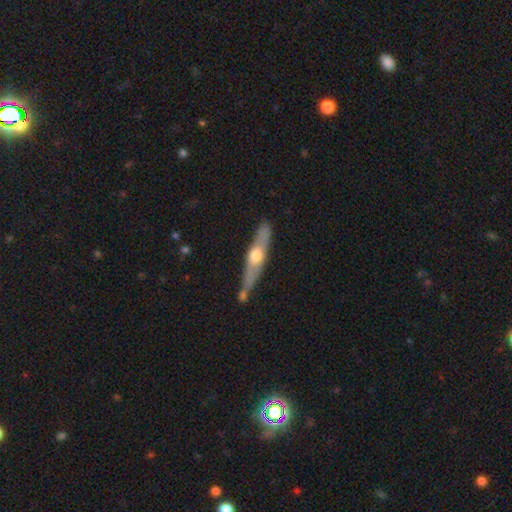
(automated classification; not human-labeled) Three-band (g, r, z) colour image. It shows a featured or disk galaxy (63%) viewed edge-on (90%) with a rounded central bulge (91%). Merging: none (70%).